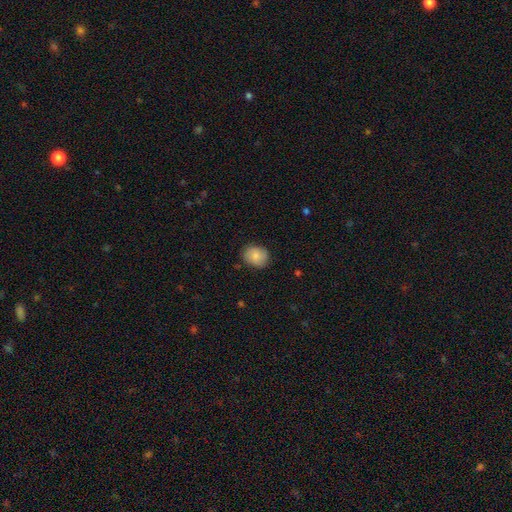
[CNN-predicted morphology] Smooth or featured: smooth — 85% (featured or disk — 7%)
How rounded: round — 53% (in between — 46%)
Merging: none — 83% (minor disturbance — 13%)